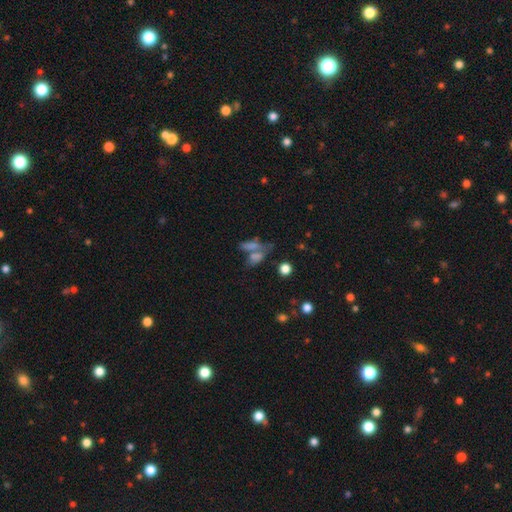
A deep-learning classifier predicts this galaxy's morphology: smooth-or-featured: smooth: 57% | star or artifact: 22% | featured or disk: 21%
  how-rounded: in between: 60% | cigar-shaped: 23% | round: 18%
  merging: merger: 43% | none: 38% | minor disturbance: 11% | major disturbance: 8%